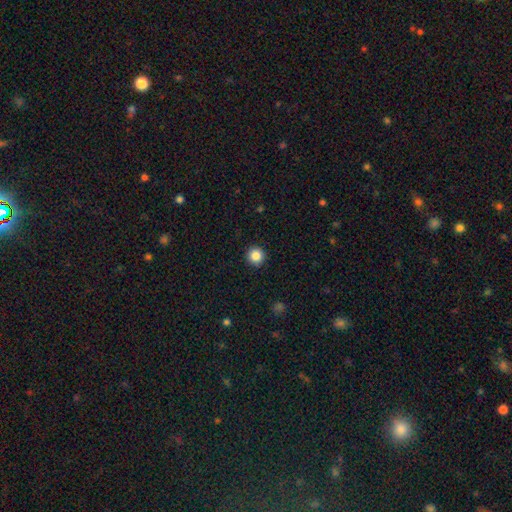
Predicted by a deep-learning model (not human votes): smooth 86%, star or artifact 10%, featured or disk 4%. Down the decision tree: how rounded — round (96%); merging — none (93%).